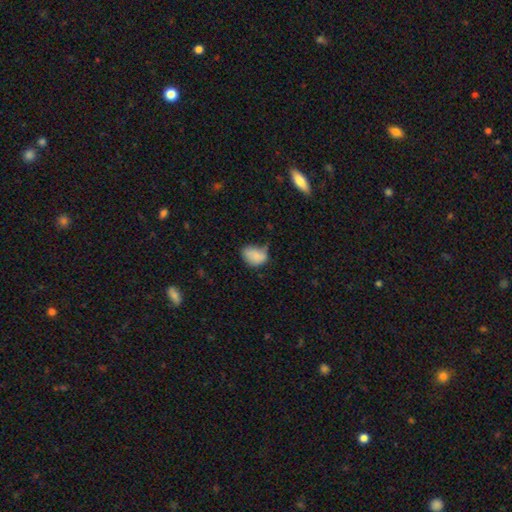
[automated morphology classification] A smooth galaxy with no disk features (82%) that is in between round and cigar-shaped (79%). Merging: minor disturbance (41%).